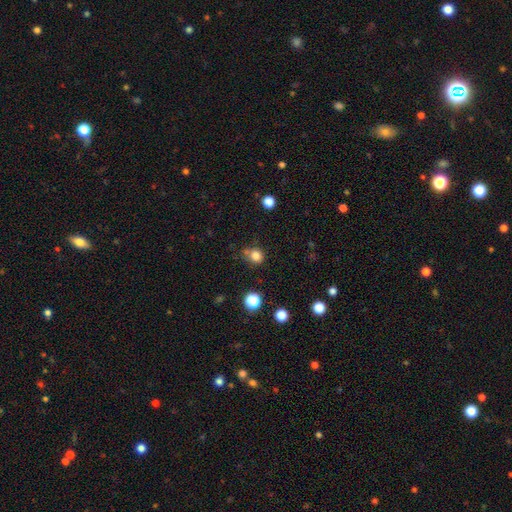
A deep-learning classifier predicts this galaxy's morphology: Smooth or featured?
  - smooth: 80% *
  - star or artifact: 14%
  - featured or disk: 6%
How rounded?
  - round: 80% *
  - in between: 19%
  - cigar-shaped: 1%
Merging?
  - none: 65% *
  - minor disturbance: 18%
  - merger: 11%
  - major disturbance: 5%